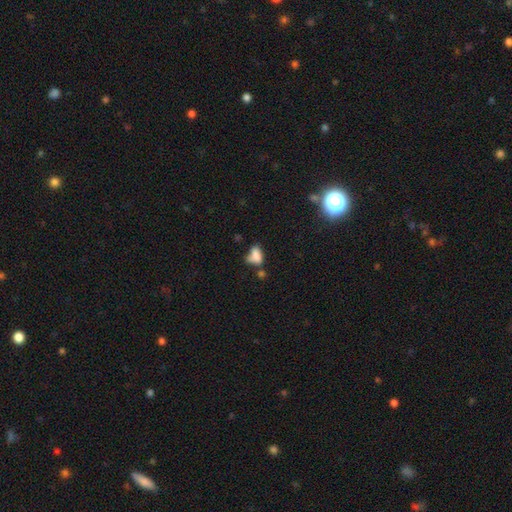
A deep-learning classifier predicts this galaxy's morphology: This appears to be a smooth galaxy with no disk features (73%) that is in between round and cigar-shaped (85%). Merging: none (29%).